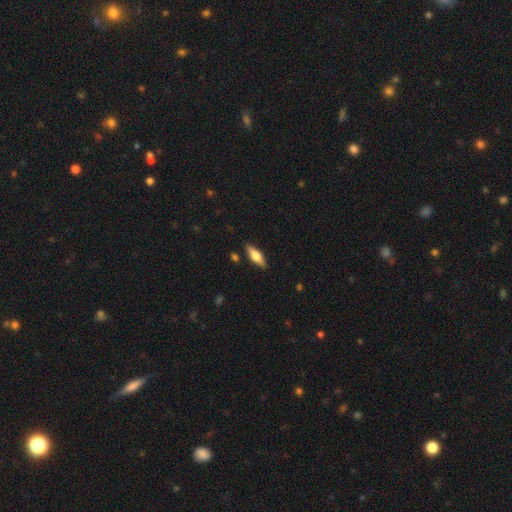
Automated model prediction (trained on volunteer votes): Smooth or featured?
  - smooth: 54% *
  - featured or disk: 40%
  - star or artifact: 6%
How rounded?
  - in between: 52% *
  - cigar-shaped: 46%
  - round: 2%
Merging?
  - none: 86% *
  - minor disturbance: 10%
  - major disturbance: 2%
  - merger: 2%